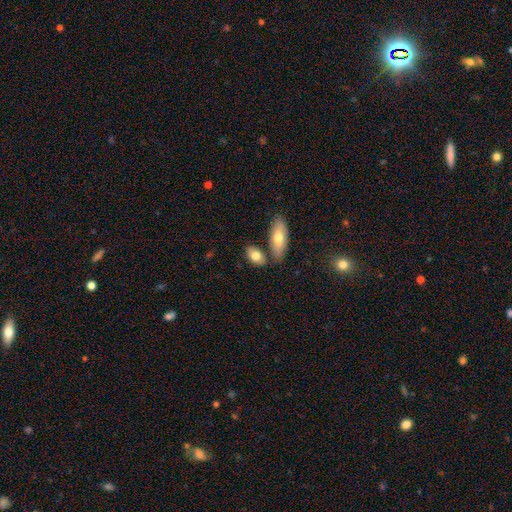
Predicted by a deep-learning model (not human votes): Overall: smooth (75%). How rounded: in between (86%). Merging: none (65%).